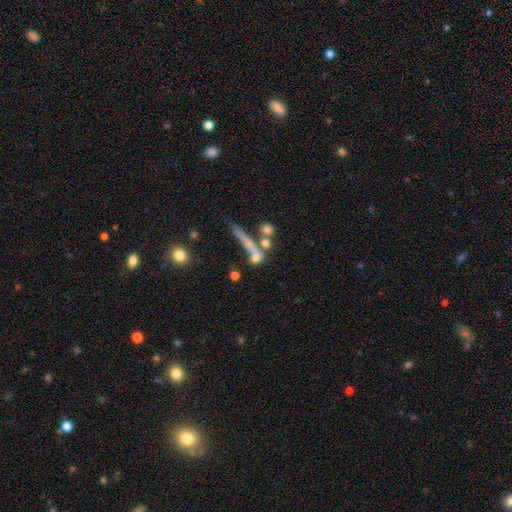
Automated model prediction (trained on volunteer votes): smooth_or_featured: smooth (p=0.56) [alt: featured or disk p=0.30]
how_rounded: cigar-shaped (p=0.51) [alt: round p=0.27]
merging: none (p=0.39) [alt: merger p=0.33]